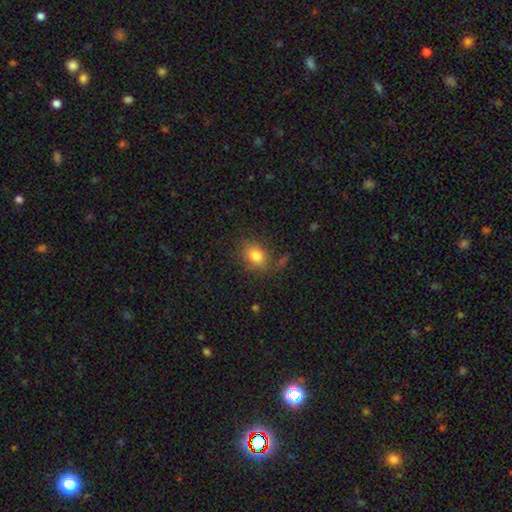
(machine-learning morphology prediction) Smooth or featured? Predicted: smooth (p=0.82). How rounded? Predicted: in between (p=0.63). Merging? Predicted: none (p=0.73).